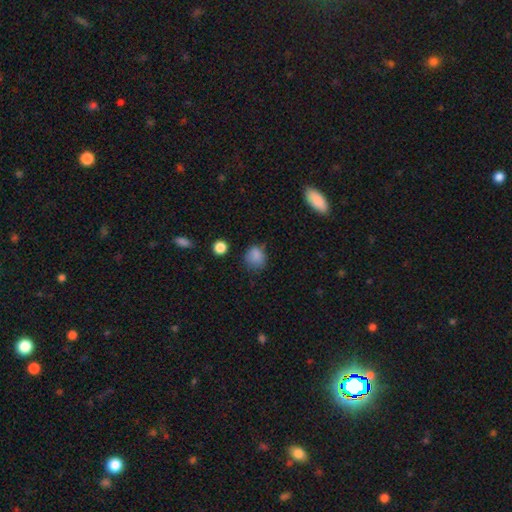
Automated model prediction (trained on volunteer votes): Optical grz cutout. It shows a smooth galaxy with no disk features (83%) that is round (74%). Merging: none (65%).